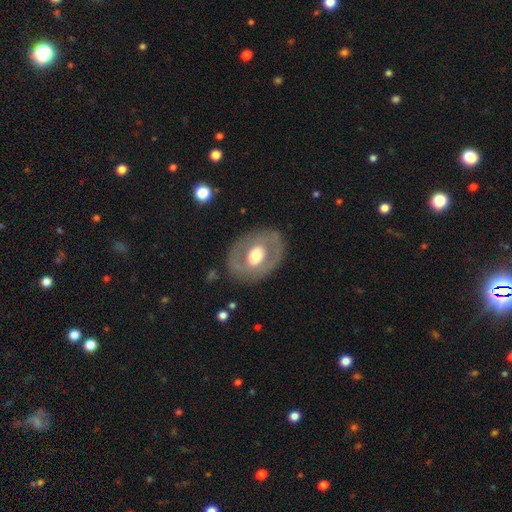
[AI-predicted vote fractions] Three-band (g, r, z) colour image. It shows a featured or disk galaxy (55%) with no bar (69%), no spiral arms (81%) and a moderate central bulge (58%). Merging: none (79%).